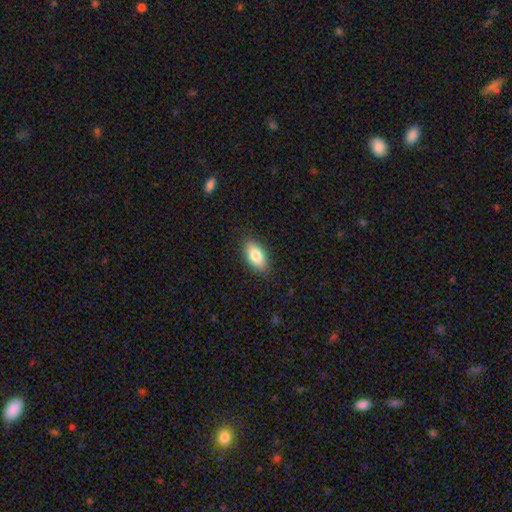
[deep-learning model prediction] Smooth or featured? Predicted: smooth (p=0.82). How rounded? Predicted: in between (p=0.90). Merging? Predicted: none (p=0.88).